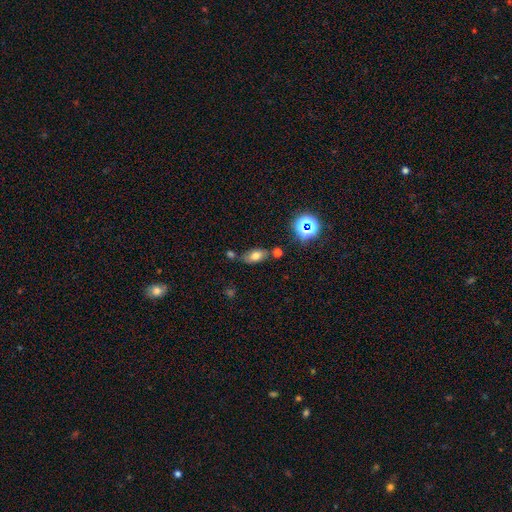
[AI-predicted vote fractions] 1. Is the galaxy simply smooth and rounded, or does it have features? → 70% smooth, 16% featured or disk, 15% star or artifact.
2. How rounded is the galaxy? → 86% in between, 8% round, 6% cigar-shaped.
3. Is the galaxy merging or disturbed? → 66% none, 17% minor disturbance, 13% merger, 5% major disturbance.